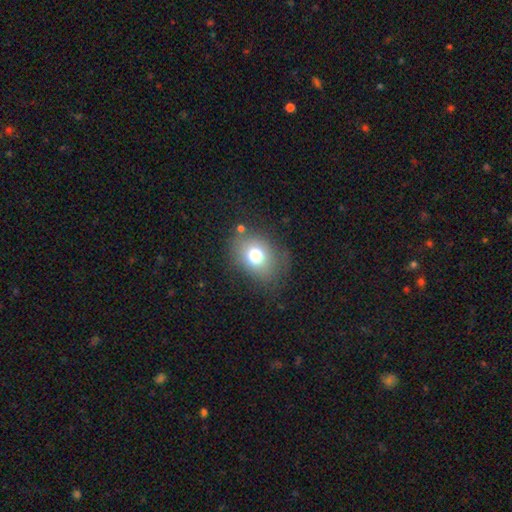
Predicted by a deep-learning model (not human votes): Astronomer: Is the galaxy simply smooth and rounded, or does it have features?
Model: smooth — 73%.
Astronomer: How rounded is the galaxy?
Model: in between — 58% (runner-up: round, 41%).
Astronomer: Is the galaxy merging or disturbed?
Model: none — 74%.